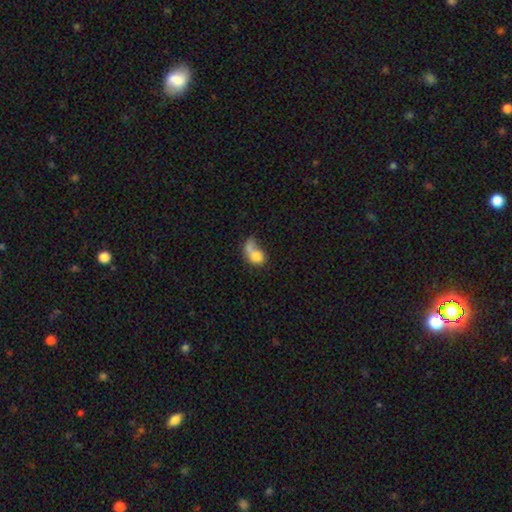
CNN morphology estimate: Q: Smooth or featured?
A: smooth (71%); runner-up: featured or disk (21%)
Q: How rounded?
A: in between (57%); runner-up: round (41%)
Q: Merging?
A: merger (40%); runner-up: major disturbance (26%)